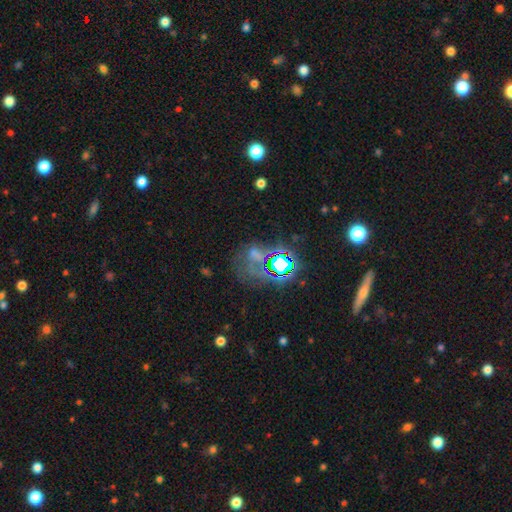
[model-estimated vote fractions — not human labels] Morphology: type=star or artifact (54%).